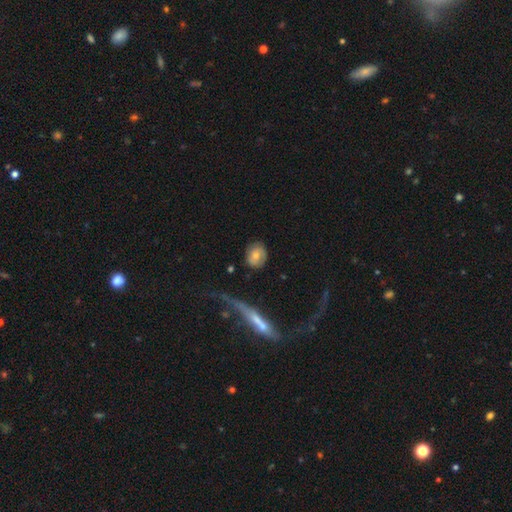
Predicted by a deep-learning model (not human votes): Q: Smooth or featured?
A: smooth (69%); runner-up: featured or disk (23%)
Q: How rounded?
A: round (57%); runner-up: in between (41%)
Q: Merging?
A: none (78%); runner-up: minor disturbance (15%)